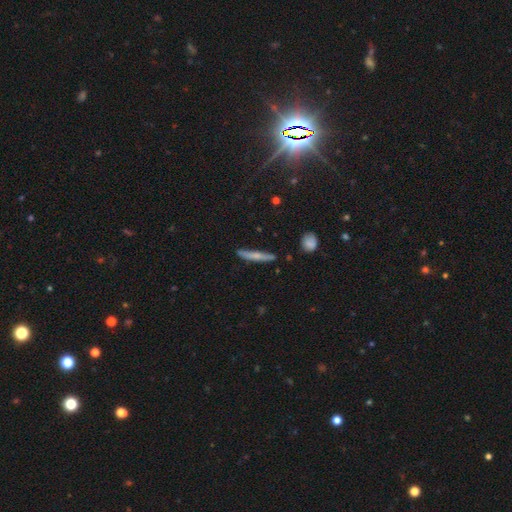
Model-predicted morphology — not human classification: Smooth or featured?
  - smooth: 54% *
  - featured or disk: 39%
  - star or artifact: 7%
How rounded?
  - cigar-shaped: 93% *
  - in between: 5%
  - round: 2%
Merging?
  - none: 83% *
  - minor disturbance: 12%
  - merger: 3%
  - major disturbance: 2%